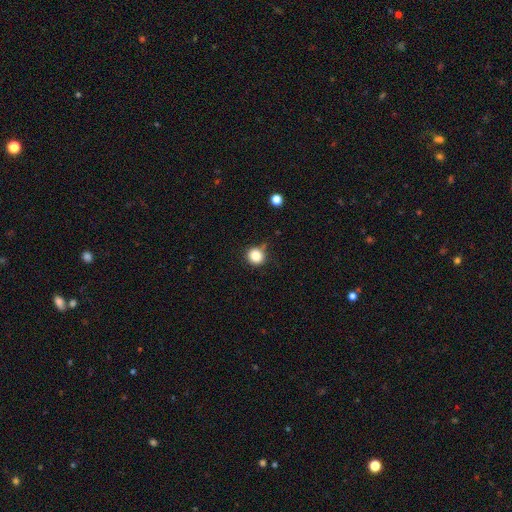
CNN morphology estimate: Q: Smooth or featured?
A: smooth (84%); runner-up: star or artifact (11%)
Q: How rounded?
A: round (87%); runner-up: in between (12%)
Q: Merging?
A: none (75%); runner-up: minor disturbance (18%)